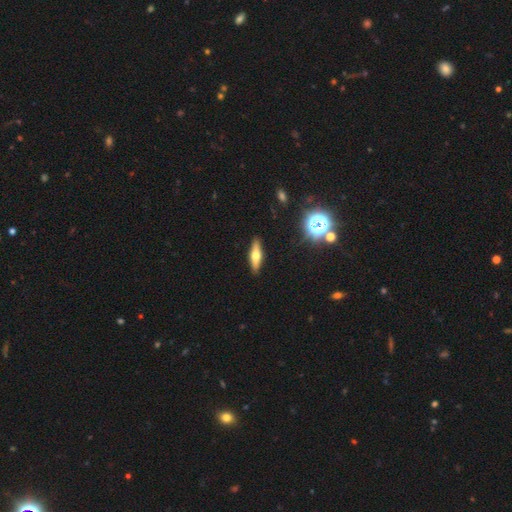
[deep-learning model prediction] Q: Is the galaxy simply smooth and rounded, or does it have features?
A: featured or disk — 50%.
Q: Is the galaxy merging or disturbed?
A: none — 90%.